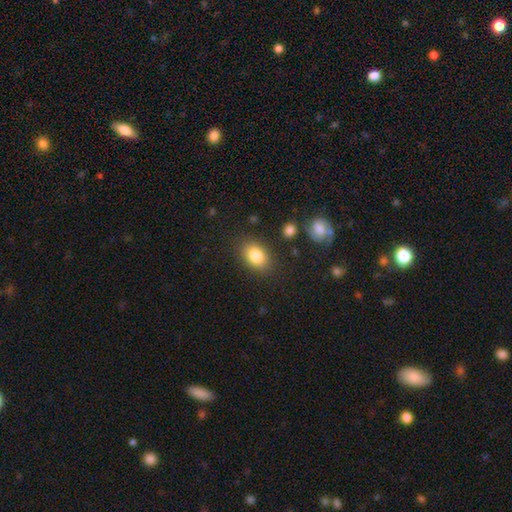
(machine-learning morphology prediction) Smooth or featured: smooth — 84% (star or artifact — 8%)
How rounded: in between — 81% (round — 18%)
Merging: none — 84% (minor disturbance — 11%)